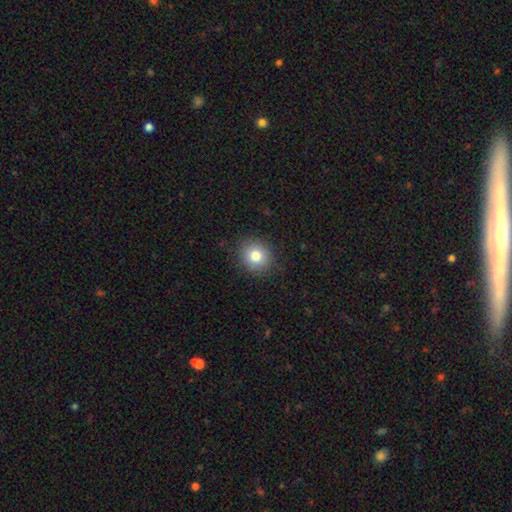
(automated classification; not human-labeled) This is clearly a smooth galaxy (81%). How rounded: clearly round (82%). Merging: clearly none (88%).